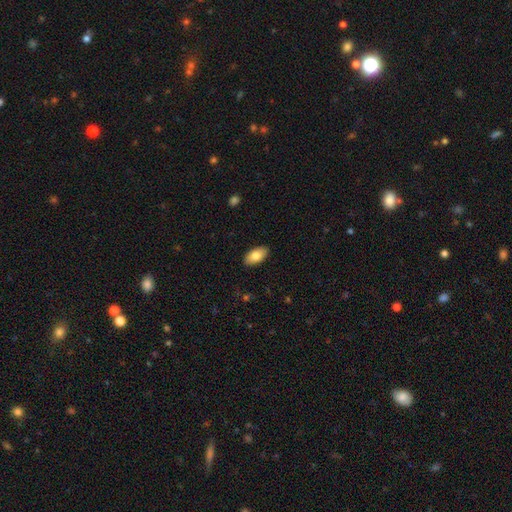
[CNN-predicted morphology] This appears to be a smooth galaxy with no disk features (81%) that is in between round and cigar-shaped (94%). Merging: none (88%).